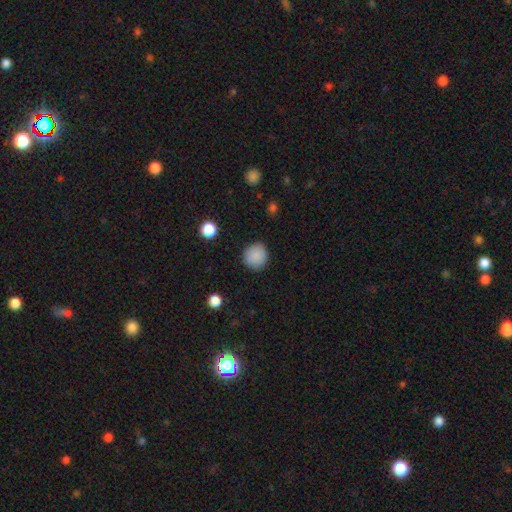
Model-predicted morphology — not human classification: smooth 88%, star or artifact 9%, featured or disk 3%. Down the decision tree: how rounded — round (91%); merging — none (88%).